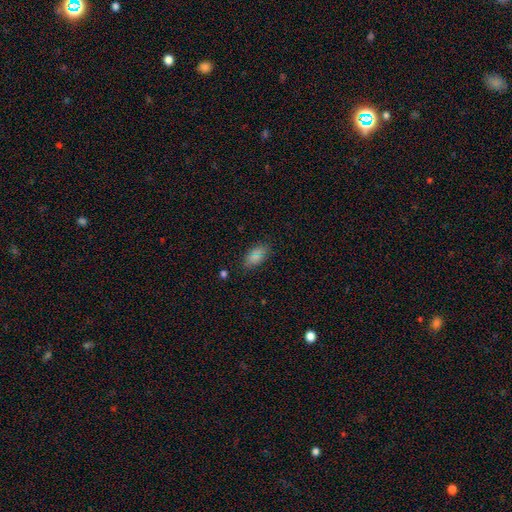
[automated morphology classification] type=smooth (76%); roundness=in between (92%); merging=none (84%).